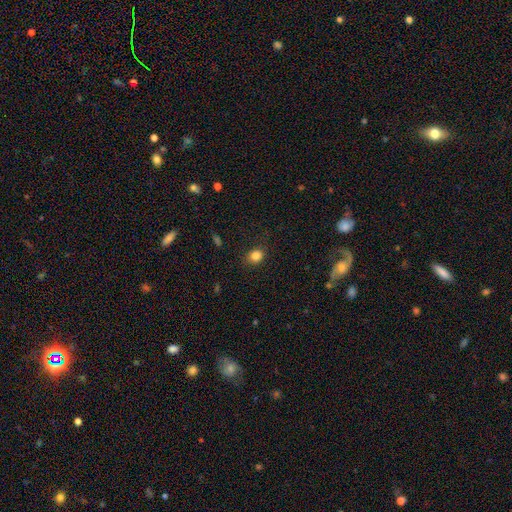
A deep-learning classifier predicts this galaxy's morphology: Smooth or featured: smooth — 83% (star or artifact — 11%)
How rounded: round — 61% (in between — 38%)
Merging: none — 84% (minor disturbance — 12%)